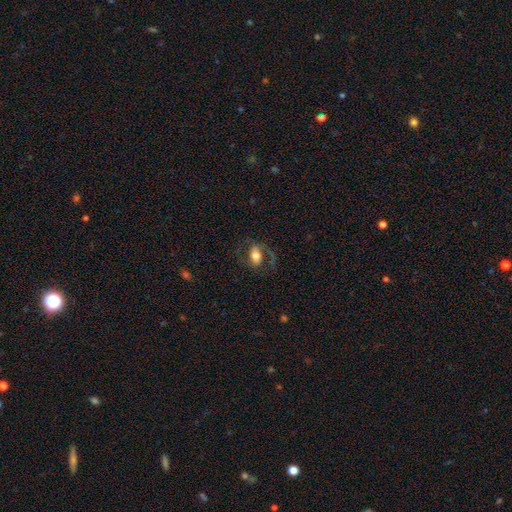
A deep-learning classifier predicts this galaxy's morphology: type=featured or disk (54%); edge-on=no (93%); bar=no (40%); spiral arms=yes (69%); bulge=moderate (53%); merging=none (68%).